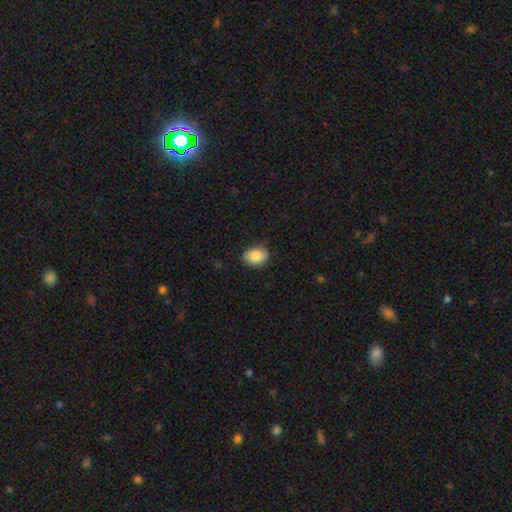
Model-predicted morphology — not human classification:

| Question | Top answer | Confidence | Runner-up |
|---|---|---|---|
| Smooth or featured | smooth | 85% | featured or disk (8%) |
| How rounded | in between | 69% | round (30%) |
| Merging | none | 76% | minor disturbance (20%) |